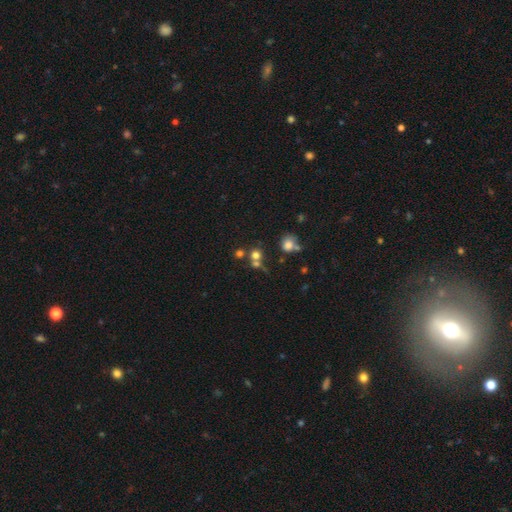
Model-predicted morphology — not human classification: This is likely a smooth galaxy (68%). How rounded: clearly round (88%). Merging: possibly none (54%).